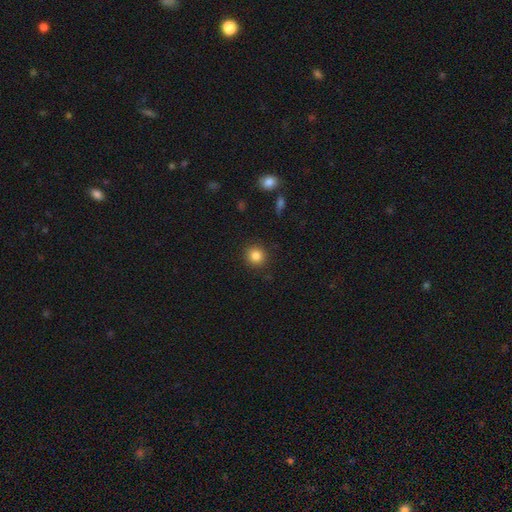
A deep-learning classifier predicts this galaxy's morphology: smooth_or_featured: smooth (p=0.84) [alt: star or artifact p=0.11]
how_rounded: round (p=0.91) [alt: in between p=0.08]
merging: none (p=0.91) [alt: minor disturbance p=0.06]